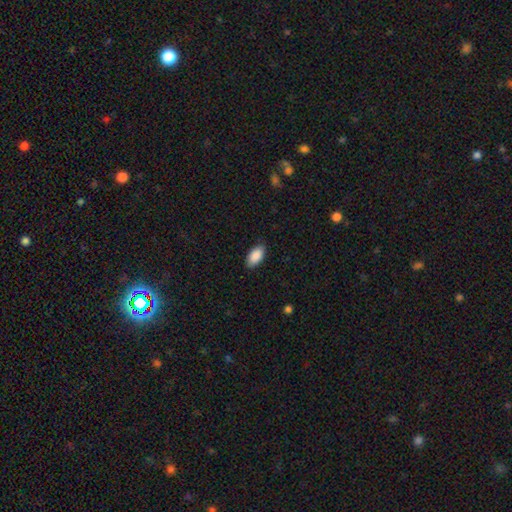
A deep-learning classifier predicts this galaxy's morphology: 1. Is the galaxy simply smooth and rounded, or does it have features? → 90% smooth, 6% star or artifact, 4% featured or disk.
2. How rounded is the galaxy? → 94% in between, 3% cigar-shaped, 2% round.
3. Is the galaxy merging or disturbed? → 86% none, 11% minor disturbance, 2% major disturbance, 1% merger.